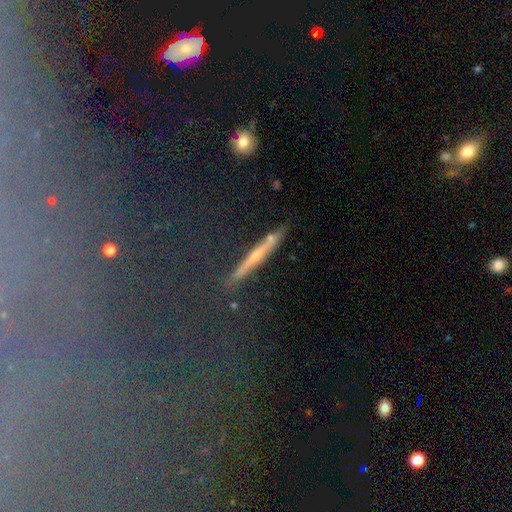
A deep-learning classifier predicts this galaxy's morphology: smooth_or_featured: featured or disk (p=0.45) [alt: smooth p=0.40]
merging: none (p=0.77) [alt: minor disturbance p=0.14]